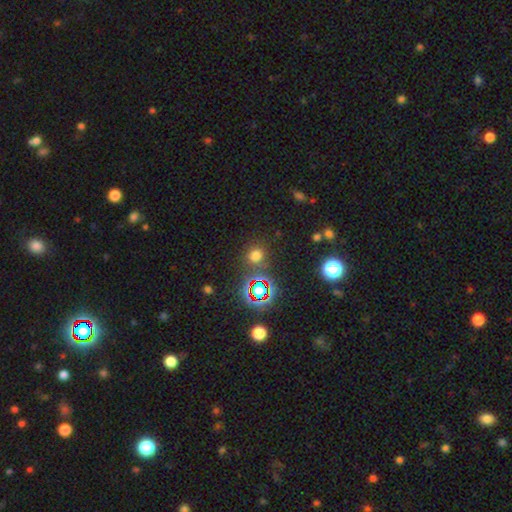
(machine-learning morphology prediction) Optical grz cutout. It shows a smooth galaxy with no disk features (61%) that is round (84%). Merging: none (81%).